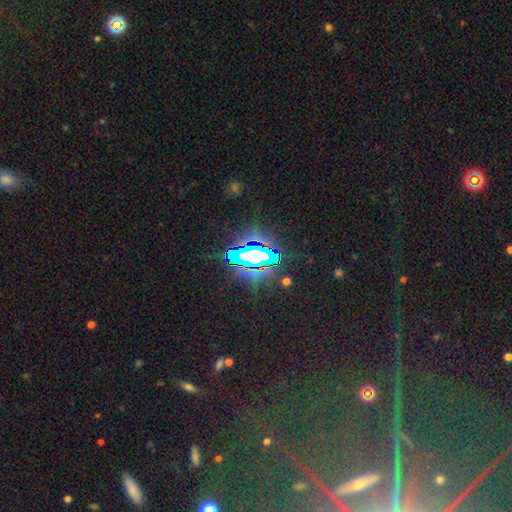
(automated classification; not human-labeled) Morphology: type=star or artifact (70%).